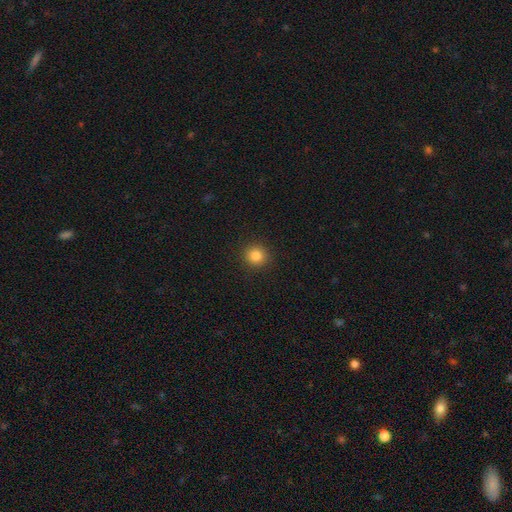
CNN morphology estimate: type=smooth (84%); roundness=round (93%); merging=none (92%).